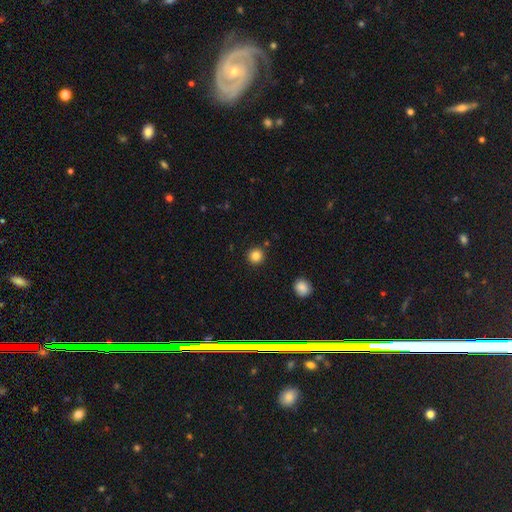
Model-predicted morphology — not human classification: This appears to be a smooth galaxy with no disk features (84%) that is round (94%). Merging: none (91%).